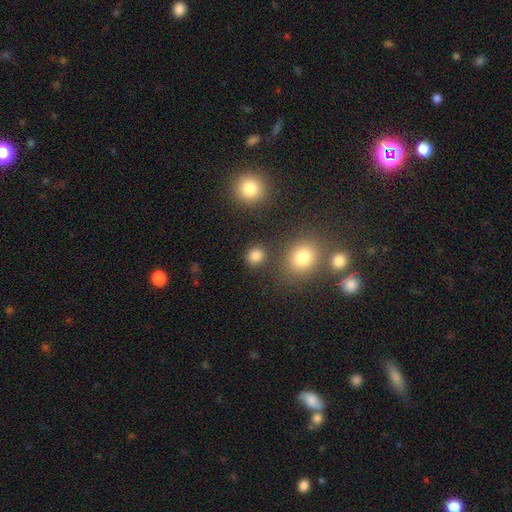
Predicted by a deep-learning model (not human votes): Q: Smooth or featured?
A: smooth (82%); runner-up: star or artifact (13%)
Q: How rounded?
A: round (78%); runner-up: in between (21%)
Q: Merging?
A: none (83%); runner-up: minor disturbance (8%)